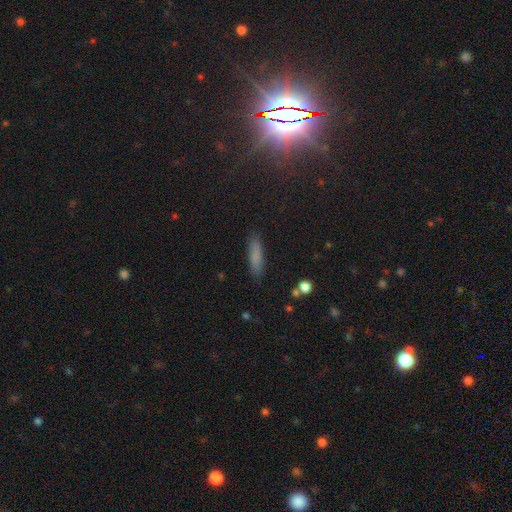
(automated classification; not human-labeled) This is likely a smooth galaxy (79%). How rounded: likely cigar-shaped (70%). Merging: clearly none (87%).